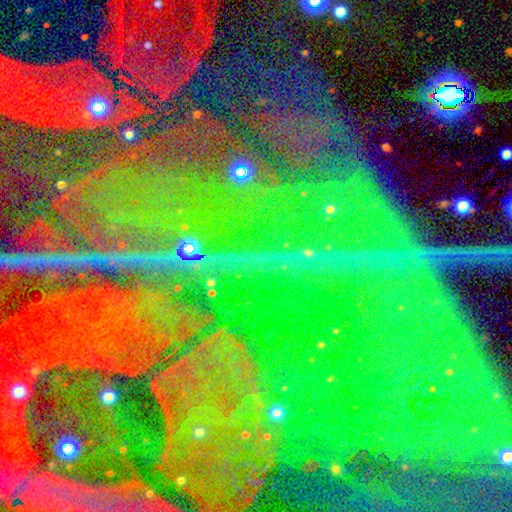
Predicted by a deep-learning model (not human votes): smooth-or-featured: star or artifact: 87% | featured or disk: 7% | smooth: 6%